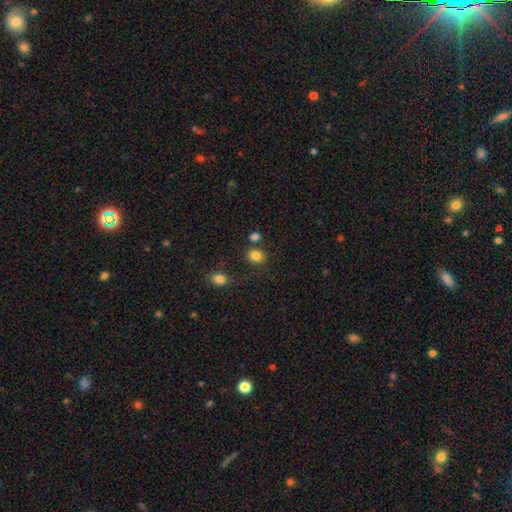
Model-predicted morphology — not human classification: This is clearly a smooth galaxy (83%). How rounded: likely round (68%). Merging: likely none (73%).